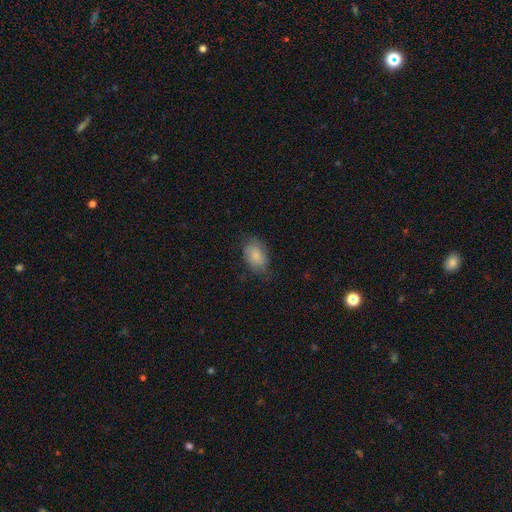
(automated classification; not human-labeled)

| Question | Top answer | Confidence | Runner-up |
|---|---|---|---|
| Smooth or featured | smooth | 76% | featured or disk (17%) |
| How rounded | in between | 83% | round (16%) |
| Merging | none | 67% | minor disturbance (24%) |